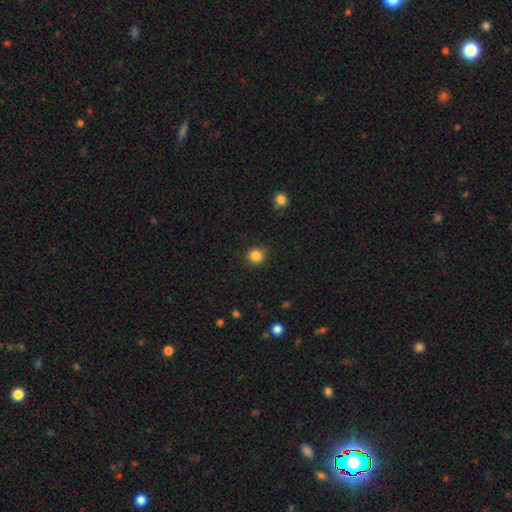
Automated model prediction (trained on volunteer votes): Smooth or featured?
  - smooth: 85% *
  - star or artifact: 12%
  - featured or disk: 4%
How rounded?
  - round: 92% *
  - in between: 7%
  - cigar-shaped: 1%
Merging?
  - none: 88% *
  - minor disturbance: 9%
  - major disturbance: 2%
  - merger: 1%